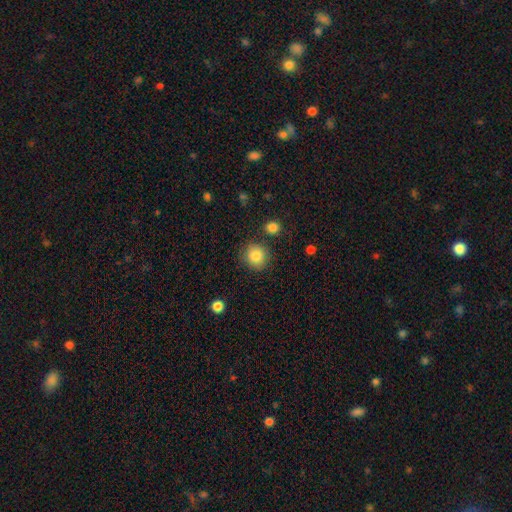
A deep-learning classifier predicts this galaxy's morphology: smooth_or_featured: smooth (p=0.85) [alt: star or artifact p=0.09]
how_rounded: round (p=0.88) [alt: in between p=0.11]
merging: none (p=0.85) [alt: minor disturbance p=0.09]